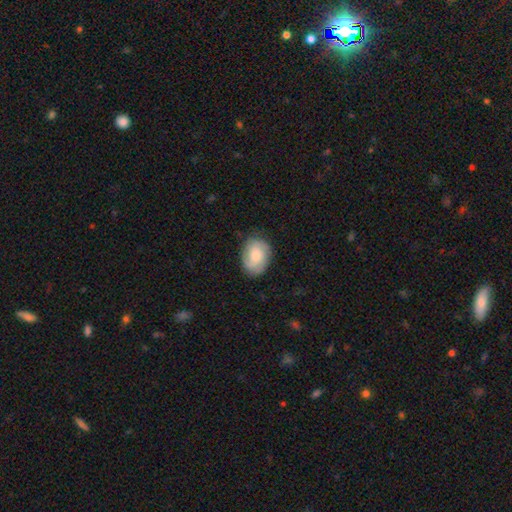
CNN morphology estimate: A featured or disk galaxy (52%). Merging: none (79%).